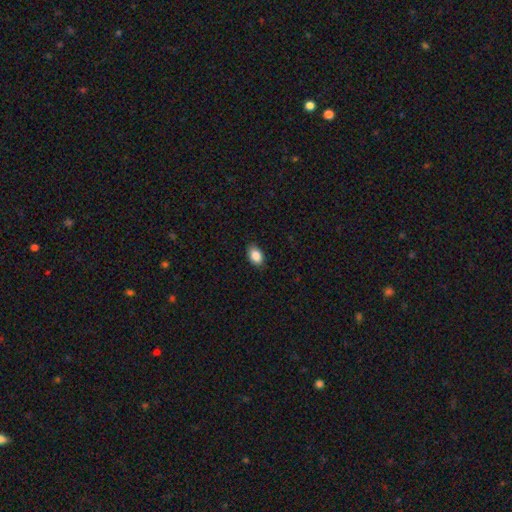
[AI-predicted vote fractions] Overall: smooth (87%). How rounded: in between (85%). Merging: none (87%).